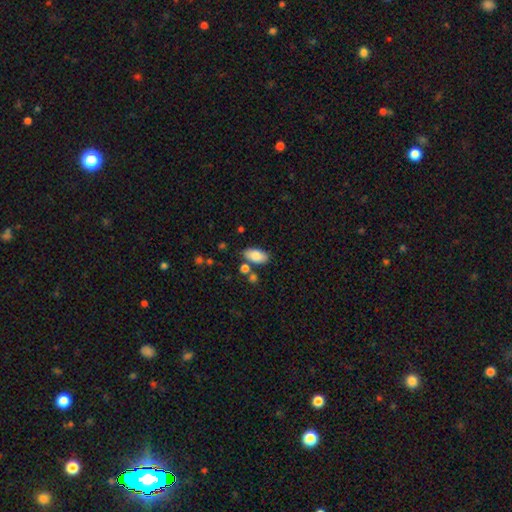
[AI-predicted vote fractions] smooth-or-featured: smooth: 85% | featured or disk: 8% | star or artifact: 7%
  how-rounded: in between: 94% | cigar-shaped: 3% | round: 3%
  merging: none: 74% | minor disturbance: 13% | merger: 10% | major disturbance: 3%